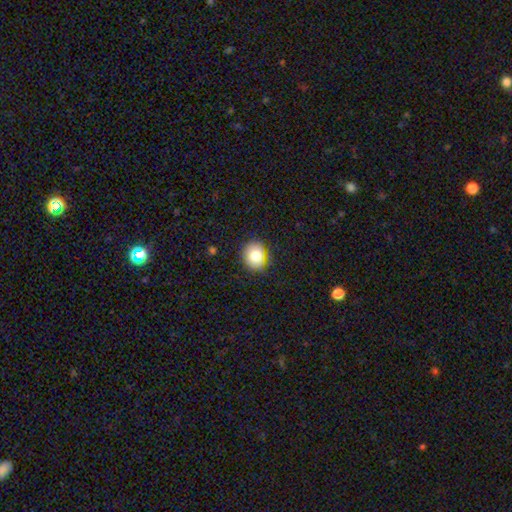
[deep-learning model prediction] smooth-or-featured: smooth: 79% | star or artifact: 11% | featured or disk: 10%
  how-rounded: round: 70% | in between: 29% | cigar-shaped: 1%
  merging: none: 79% | minor disturbance: 16% | major disturbance: 3% | merger: 1%